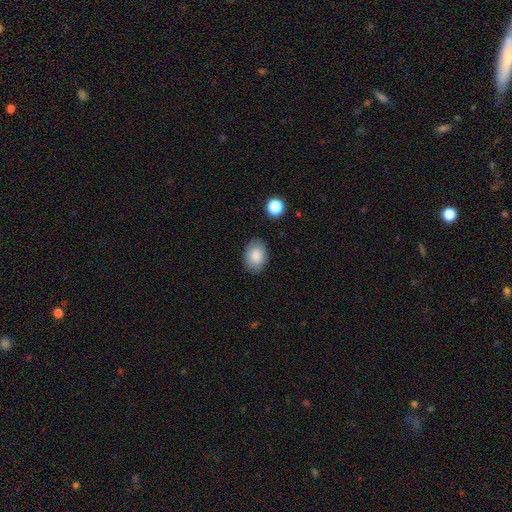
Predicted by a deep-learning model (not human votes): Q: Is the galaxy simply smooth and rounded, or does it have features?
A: smooth — 86%.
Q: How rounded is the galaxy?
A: in between — 77%.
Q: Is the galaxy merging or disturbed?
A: none — 84%.